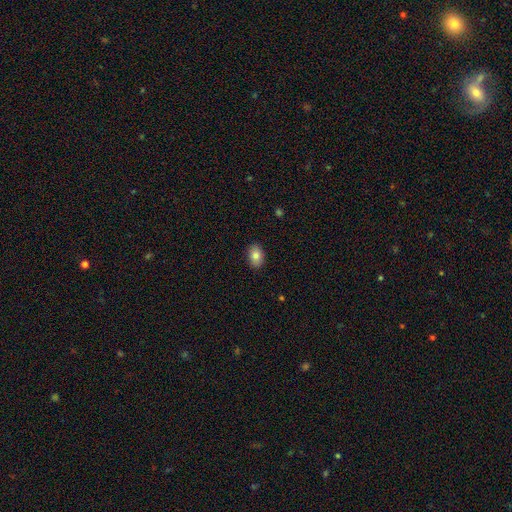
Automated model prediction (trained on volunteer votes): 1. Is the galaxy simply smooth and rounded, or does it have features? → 83% smooth, 9% featured or disk, 8% star or artifact.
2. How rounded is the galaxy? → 85% in between, 14% round, 1% cigar-shaped.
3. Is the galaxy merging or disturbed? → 90% none, 8% minor disturbance, 2% major disturbance, 1% merger.